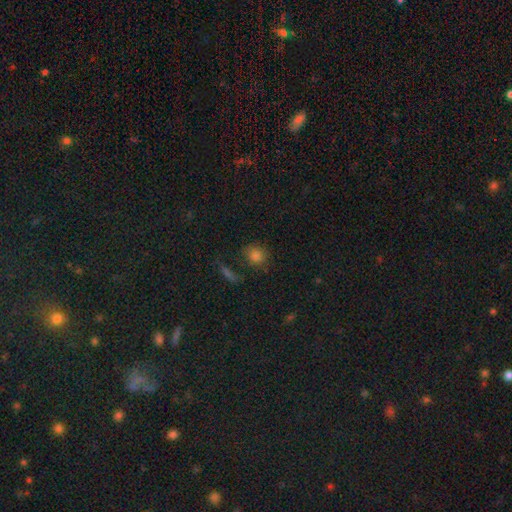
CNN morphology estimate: Smooth or featured: smooth — 79% (star or artifact — 15%)
How rounded: round — 77% (in between — 21%)
Merging: none — 71% (minor disturbance — 15%)